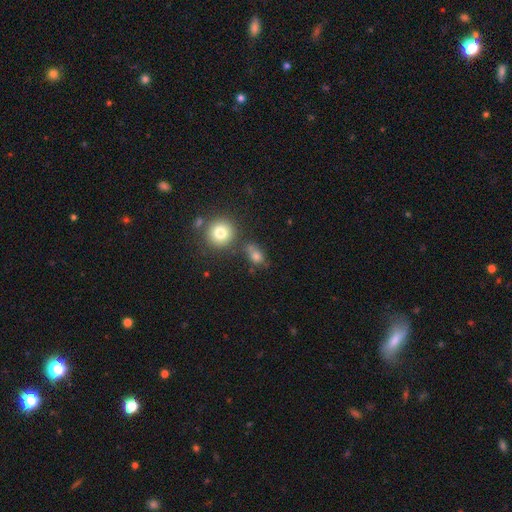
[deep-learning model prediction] A smooth galaxy with no disk features (73%) that is in between round and cigar-shaped (59%). Merging: none (55%).